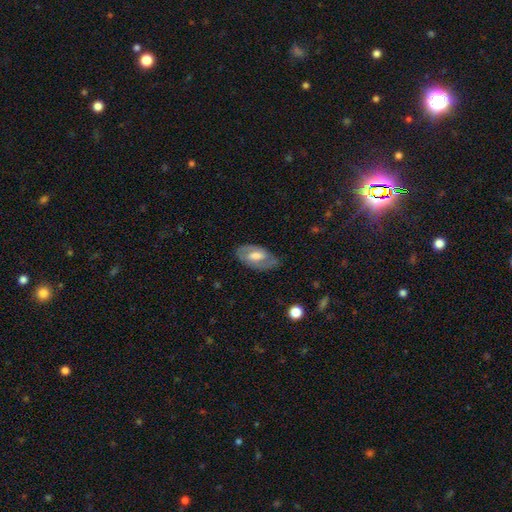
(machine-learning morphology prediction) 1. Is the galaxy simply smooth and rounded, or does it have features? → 55% featured or disk, 39% smooth, 6% star or artifact.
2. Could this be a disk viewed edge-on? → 90% no, 10% yes.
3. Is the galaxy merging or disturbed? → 71% none, 21% minor disturbance, 7% major disturbance, 1% merger.